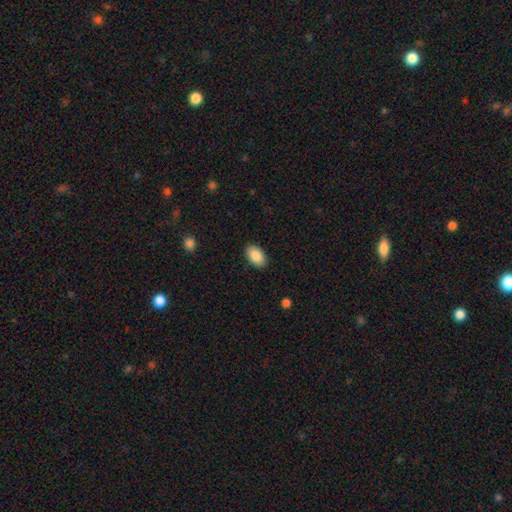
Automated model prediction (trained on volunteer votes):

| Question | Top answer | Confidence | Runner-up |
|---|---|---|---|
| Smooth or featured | smooth | 87% | star or artifact (7%) |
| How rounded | in between | 93% | round (6%) |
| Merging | none | 89% | minor disturbance (8%) |